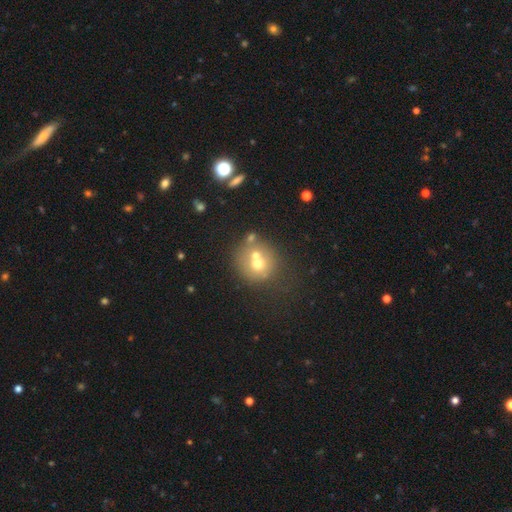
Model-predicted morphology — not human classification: type=smooth (59%); roundness=round (86%); merging=merger (47%).